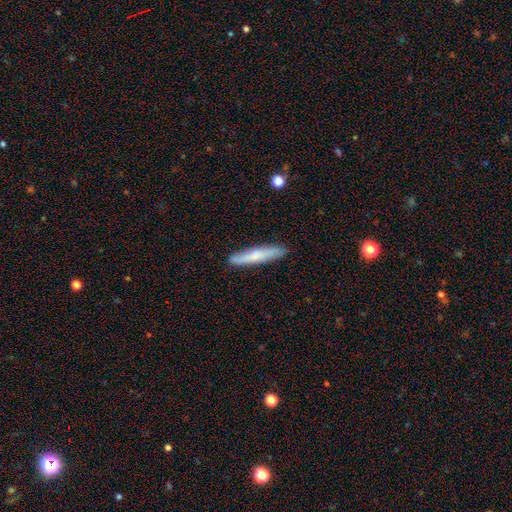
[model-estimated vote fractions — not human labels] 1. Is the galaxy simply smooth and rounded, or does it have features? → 64% smooth, 30% featured or disk, 6% star or artifact.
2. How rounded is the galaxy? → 92% cigar-shaped, 7% in between, 1% round.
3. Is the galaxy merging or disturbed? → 87% none, 10% minor disturbance, 2% major disturbance, 1% merger.